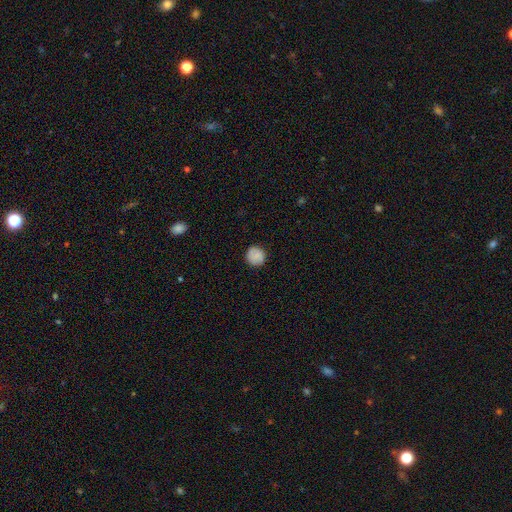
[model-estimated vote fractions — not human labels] This appears to be a smooth galaxy with no disk features (83%) that is round (92%). Merging: none (88%).